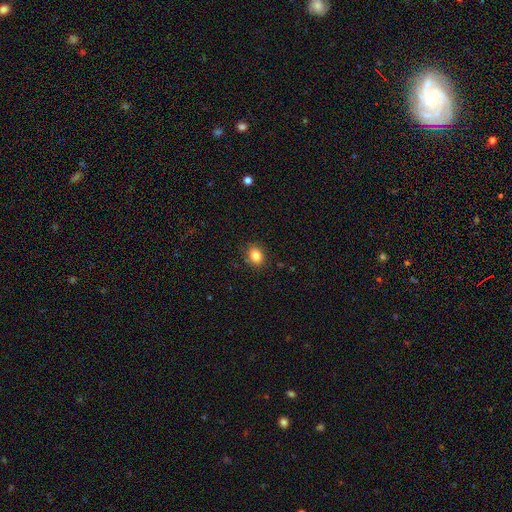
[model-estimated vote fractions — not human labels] Smooth or featured? Predicted: smooth (p=0.84). How rounded? Predicted: in between (p=0.53). Merging? Predicted: none (p=0.84).